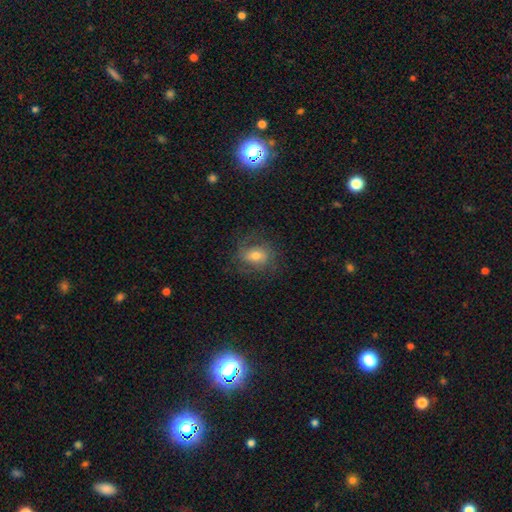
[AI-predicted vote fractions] A smooth galaxy with no disk features (45%). Merging: none (67%).